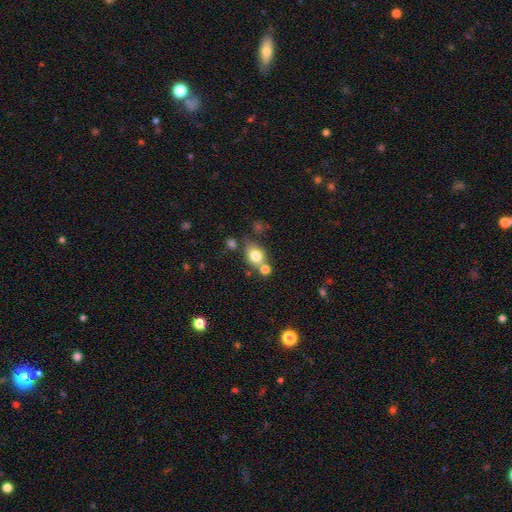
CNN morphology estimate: Smooth or featured: smooth — 76% (featured or disk — 13%)
How rounded: in between — 50% (round — 48%)
Merging: none — 56% (merger — 23%)